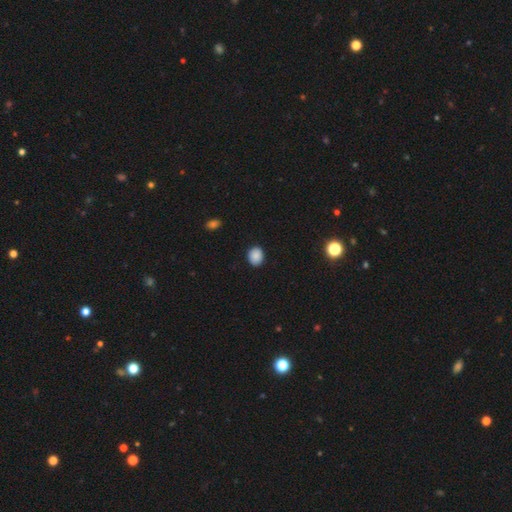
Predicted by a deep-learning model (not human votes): This is clearly a smooth galaxy (87%). How rounded: possibly round (55%). Merging: clearly none (87%).